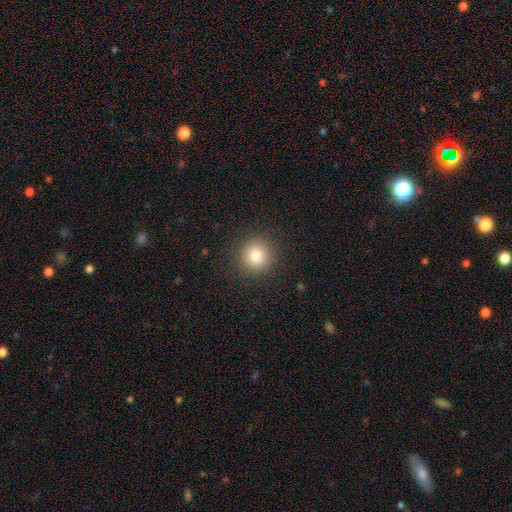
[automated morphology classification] This appears to be a smooth galaxy with no disk features (80%) that is round (94%). Merging: none (90%).